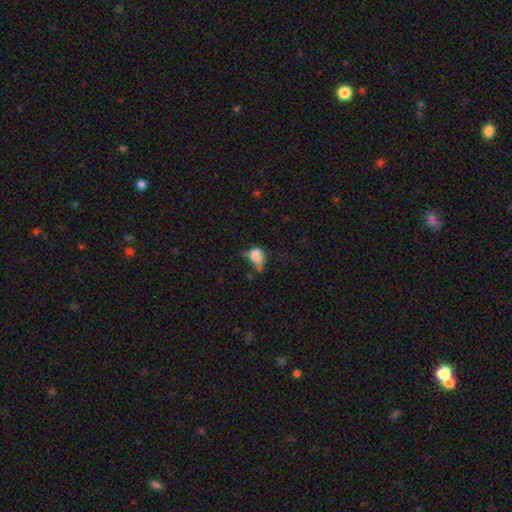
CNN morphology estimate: The model was most divided on "merging": minor disturbance: 31%, major disturbance: 28%, none: 23%, merger: 18%. More confident: smooth or featured — smooth (73%); how rounded — in between (71%).